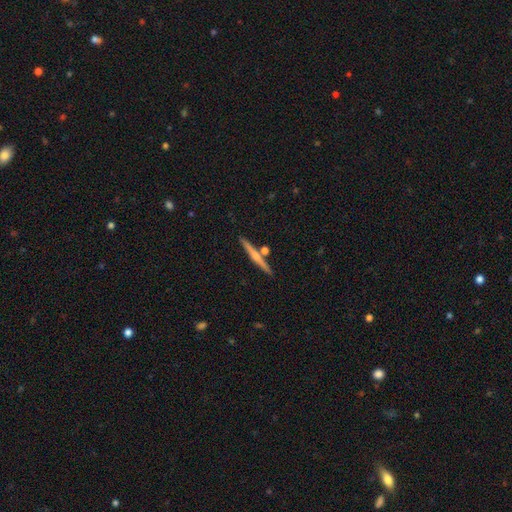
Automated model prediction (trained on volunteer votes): Smooth or featured? featured or disk (52%)
Edge-on disk? yes (97%)
Merging? none (80%)